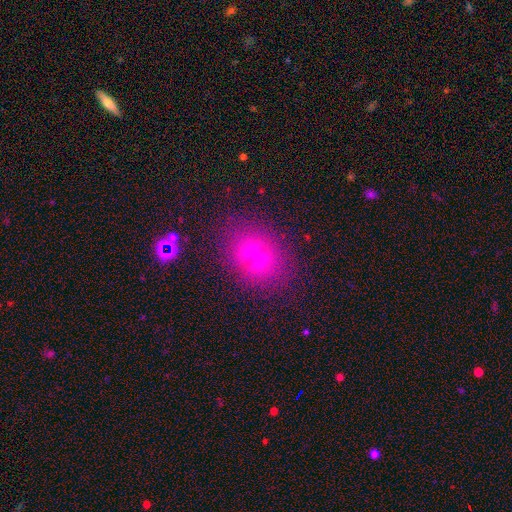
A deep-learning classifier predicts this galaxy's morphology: smooth 67%, star or artifact 18%, featured or disk 15%. Down the decision tree: how rounded — in between (65%); merging — none (84%).